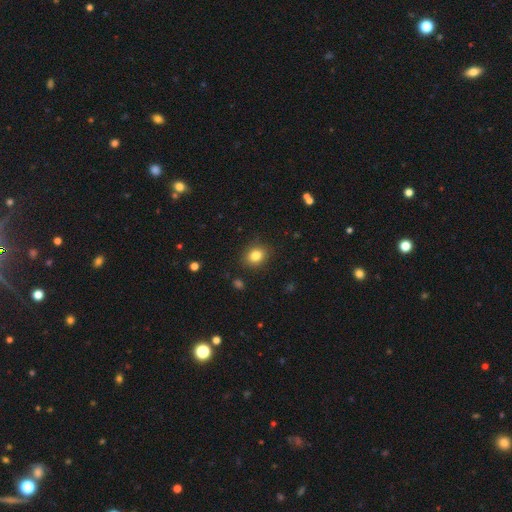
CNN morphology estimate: This appears to be a smooth galaxy with no disk features (83%) that is round (59%). Merging: none (88%).